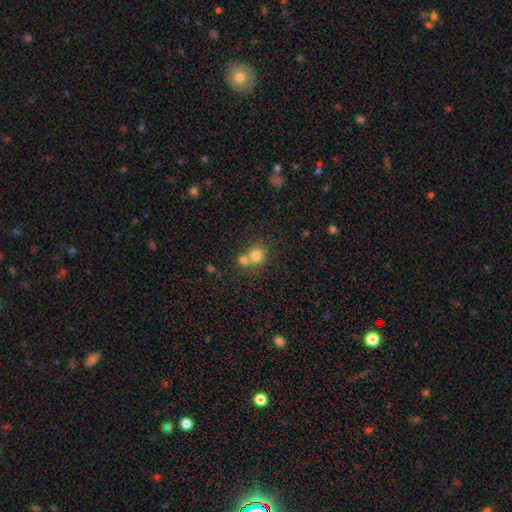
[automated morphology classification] Overall: smooth (78%). How rounded: round (82%). Merging: merger (50%; none 40%).